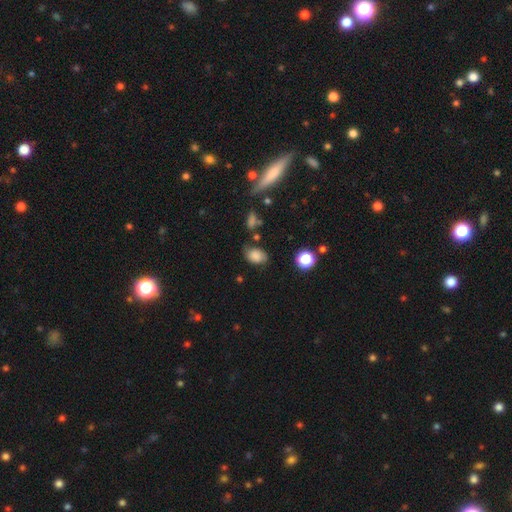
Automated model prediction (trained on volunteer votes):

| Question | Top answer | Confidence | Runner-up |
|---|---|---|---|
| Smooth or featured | smooth | 74% | featured or disk (14%) |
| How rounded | in between | 78% | round (20%) |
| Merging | none | 63% | minor disturbance (24%) |